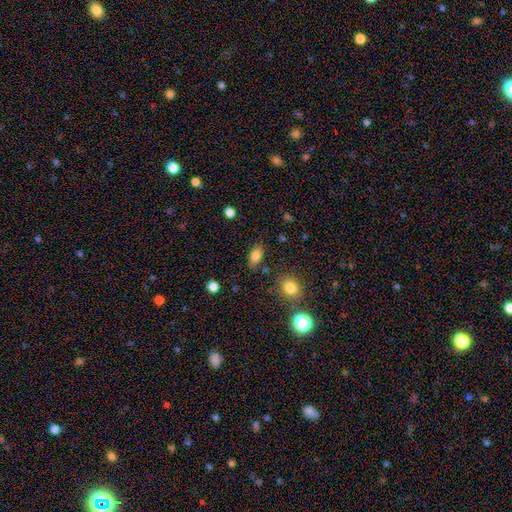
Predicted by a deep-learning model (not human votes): A smooth galaxy with no disk features (81%) that is in between round and cigar-shaped (87%).

Vote fractions:
- Smooth or featured? smooth: 81% / star or artifact: 9% / featured or disk: 9%
- How rounded? in between: 87% / round: 9% / cigar-shaped: 4%
- Merging? none: 82% / minor disturbance: 12% / major disturbance: 3% / merger: 3%